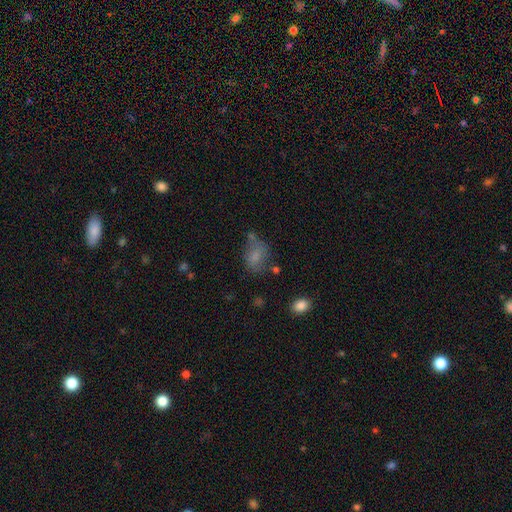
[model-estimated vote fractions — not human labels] smooth 68%, featured or disk 19%, star or artifact 13%. Down the decision tree: how rounded — in between (71%); merging — none (49%).